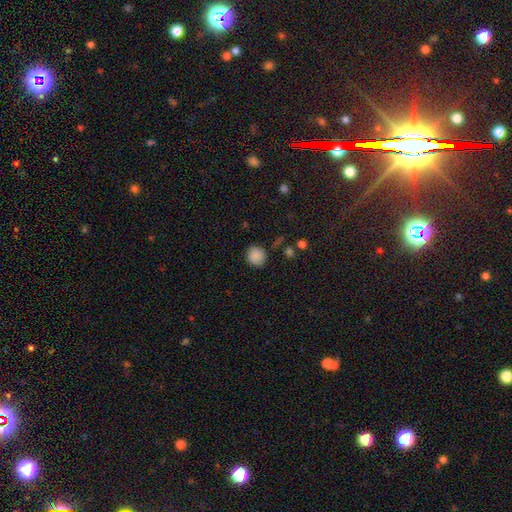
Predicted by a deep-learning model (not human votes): smooth-or-featured: smooth: 86% | star or artifact: 9% | featured or disk: 5%
  how-rounded: round: 89% | in between: 10% | cigar-shaped: 1%
  merging: none: 82% | minor disturbance: 13% | major disturbance: 3% | merger: 2%